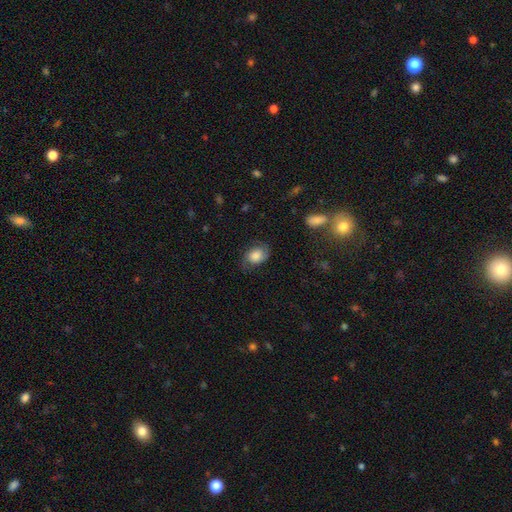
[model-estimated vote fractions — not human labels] This is likely a smooth galaxy (61%). How rounded: likely in between (73%). Merging: likely none (63%).